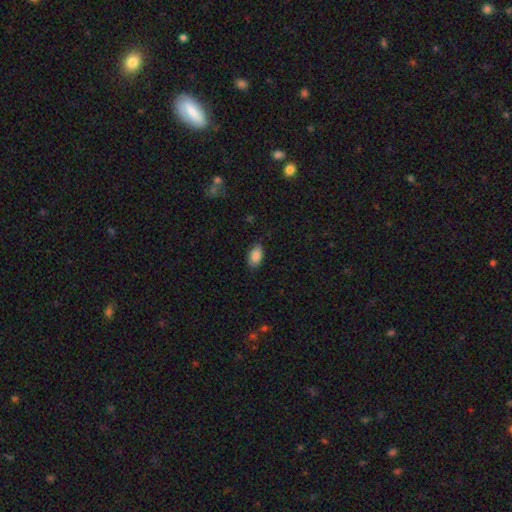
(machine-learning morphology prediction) smooth 88%, star or artifact 7%, featured or disk 5%. Down the decision tree: how rounded — in between (93%); merging — none (84%).